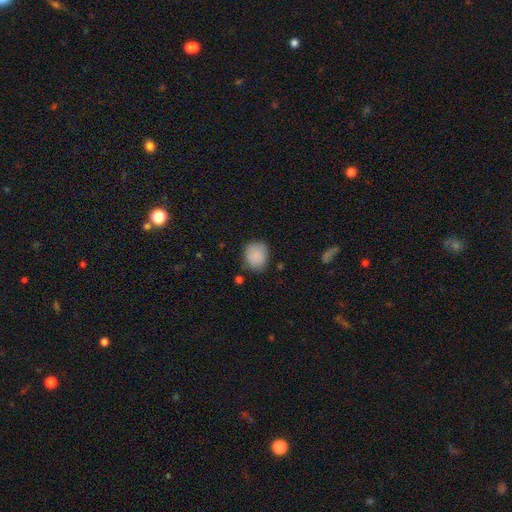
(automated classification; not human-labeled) A smooth galaxy with no disk features (87%) that is round (68%).

Vote fractions:
- Smooth or featured? smooth: 87% / star or artifact: 7% / featured or disk: 5%
- How rounded? round: 68% / in between: 31% / cigar-shaped: 1%
- Merging? none: 73% / minor disturbance: 21% / major disturbance: 4% / merger: 2%